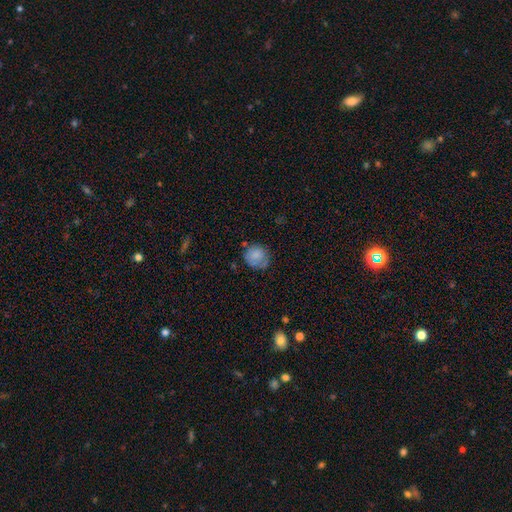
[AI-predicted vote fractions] Morphology: type=smooth (78%); roundness=round (85%); merging=none (61%).